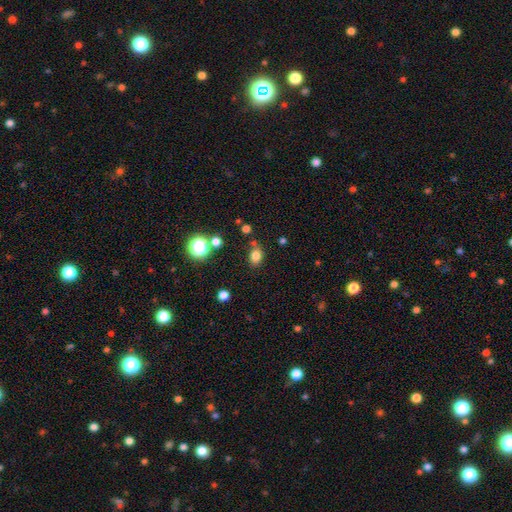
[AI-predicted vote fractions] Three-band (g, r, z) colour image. It shows a smooth galaxy with no disk features (79%) that is in between round and cigar-shaped (60%). Merging: none (75%).